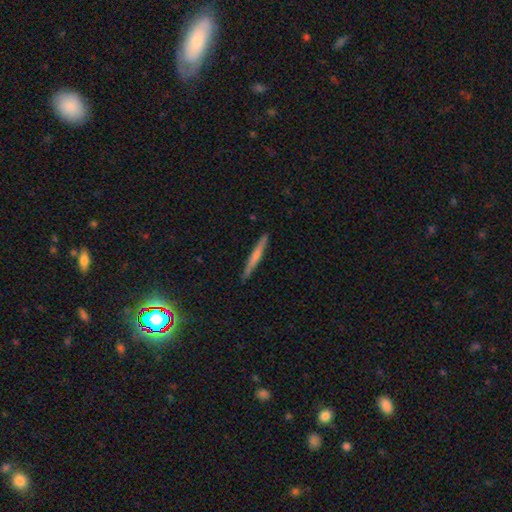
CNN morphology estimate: Smooth or featured? Predicted: smooth (p=0.54). How rounded? Predicted: cigar-shaped (p=0.96). Merging? Predicted: none (p=0.91).